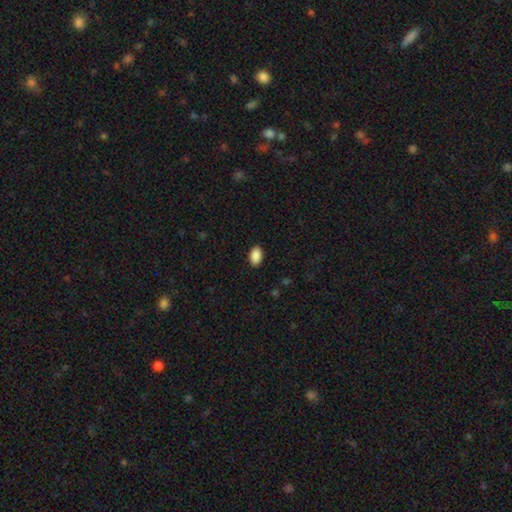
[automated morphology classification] type=smooth (90%); roundness=in between (91%); merging=none (88%).